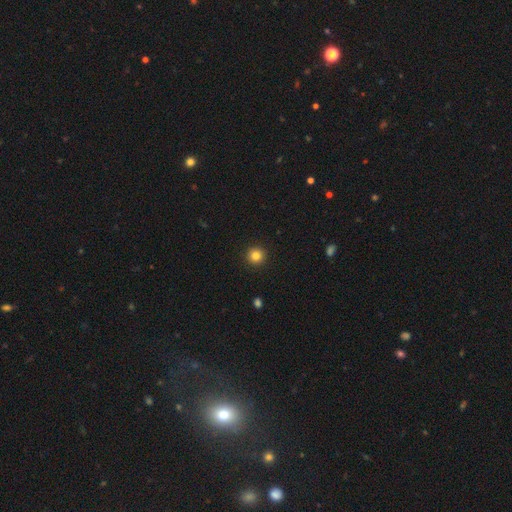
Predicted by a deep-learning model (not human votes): Smooth or featured: smooth — 84% (star or artifact — 11%)
How rounded: round — 96% (in between — 3%)
Merging: none — 93% (minor disturbance — 4%)